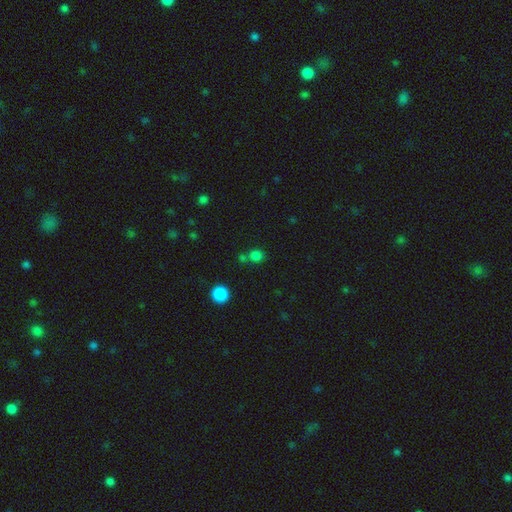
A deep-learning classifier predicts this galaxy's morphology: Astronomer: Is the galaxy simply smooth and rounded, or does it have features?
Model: smooth — 77%.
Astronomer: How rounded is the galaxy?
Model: round — 83%.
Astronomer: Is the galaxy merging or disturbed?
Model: none — 67%.